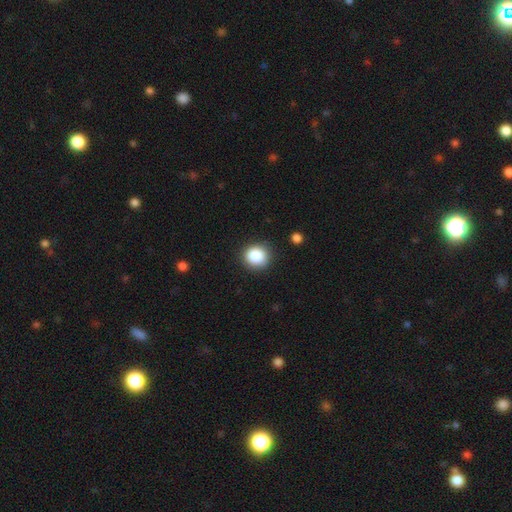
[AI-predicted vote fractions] smooth-or-featured: smooth: 87% | star or artifact: 10% | featured or disk: 4%
  how-rounded: round: 87% | in between: 12% | cigar-shaped: 1%
  merging: none: 88% | minor disturbance: 8% | major disturbance: 3% | merger: 1%